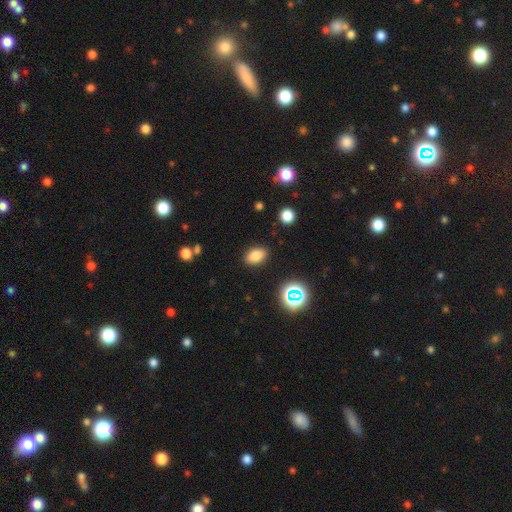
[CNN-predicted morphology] Smooth or featured?
  - smooth: 80% *
  - star or artifact: 13%
  - featured or disk: 7%
How rounded?
  - in between: 85% *
  - round: 13%
  - cigar-shaped: 2%
Merging?
  - none: 87% *
  - minor disturbance: 9%
  - major disturbance: 3%
  - merger: 2%